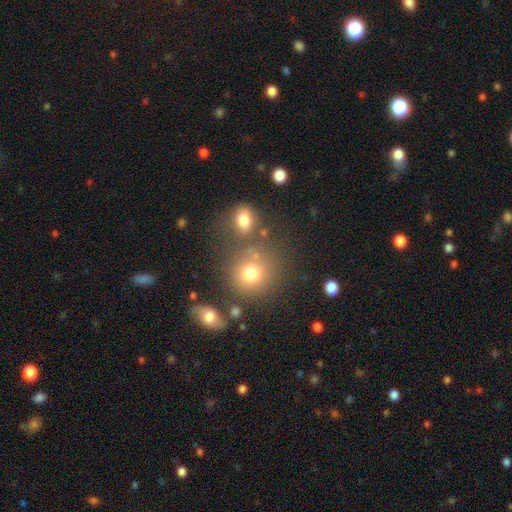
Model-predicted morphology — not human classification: Smooth or featured? Predicted: smooth (p=0.60). How rounded? Predicted: round (p=0.86). Merging? Predicted: none (p=0.61).